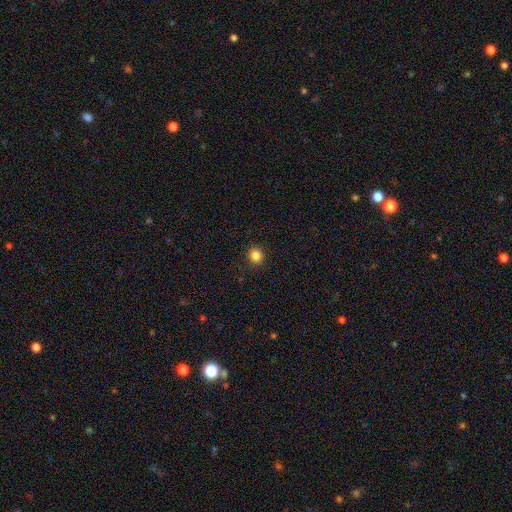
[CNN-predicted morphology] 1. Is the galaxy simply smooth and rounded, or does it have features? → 85% smooth, 12% star or artifact, 4% featured or disk.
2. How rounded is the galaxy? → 88% round, 11% in between, 1% cigar-shaped.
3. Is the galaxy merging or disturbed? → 92% none, 6% minor disturbance, 2% major disturbance, 1% merger.